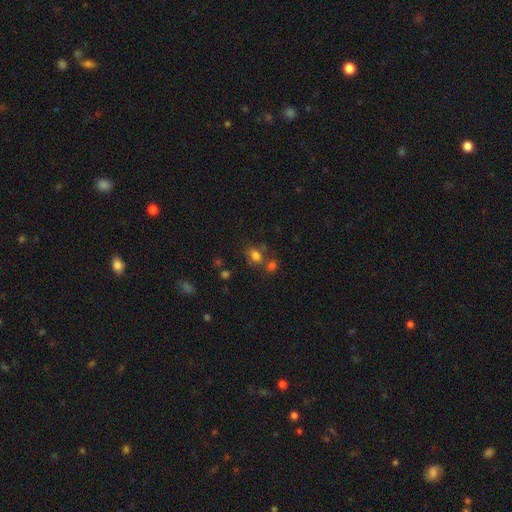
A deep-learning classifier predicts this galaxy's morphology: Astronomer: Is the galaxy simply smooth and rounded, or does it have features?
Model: smooth — 74%.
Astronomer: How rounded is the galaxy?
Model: in between — 67%.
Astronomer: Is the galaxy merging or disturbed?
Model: none — 51% (runner-up: merger, 29%).